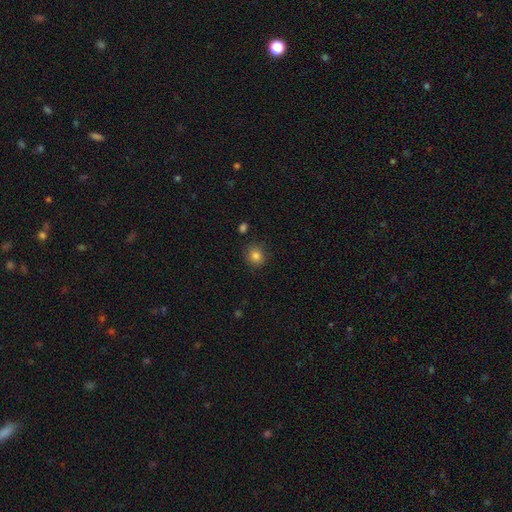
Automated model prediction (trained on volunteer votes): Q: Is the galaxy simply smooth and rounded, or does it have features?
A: smooth — 83%.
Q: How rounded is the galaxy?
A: round — 84%.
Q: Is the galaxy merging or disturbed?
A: none — 85%.